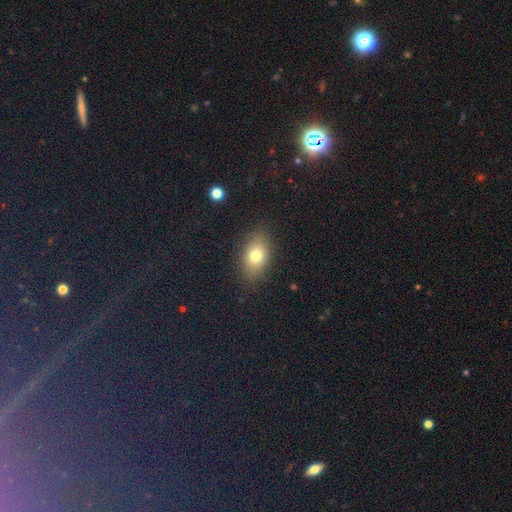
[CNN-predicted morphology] This is likely a smooth galaxy (75%). How rounded: clearly in between (81%). Merging: clearly none (84%).